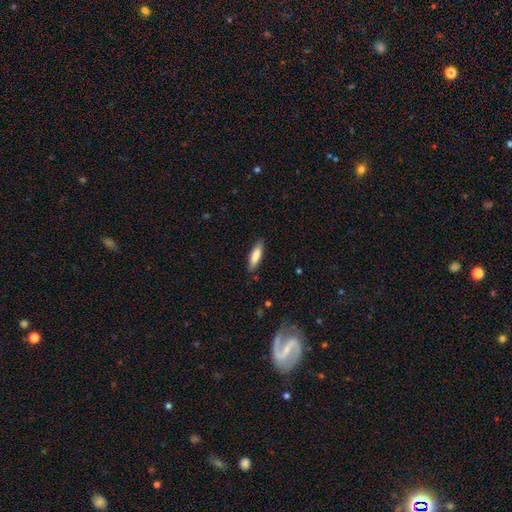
Overall: smooth (85%). How rounded: cigar-shaped (70%). Merging: none (97%).